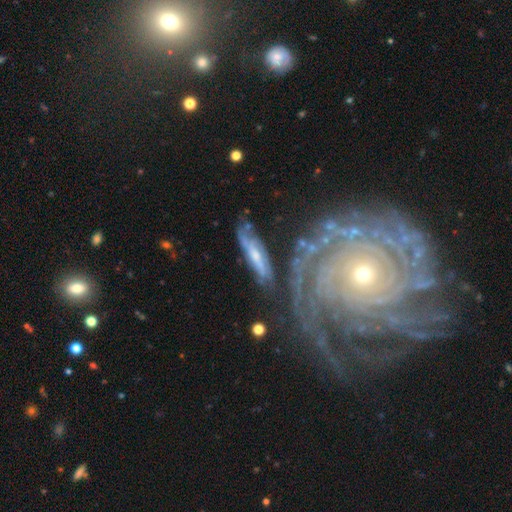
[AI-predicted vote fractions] Smooth or featured?
  - featured or disk: 70% *
  - smooth: 23%
  - star or artifact: 7%
Edge-on disk?
  - no: 71% *
  - yes: 29%
Merging?
  - none: 67% *
  - minor disturbance: 19%
  - major disturbance: 8%
  - merger: 6%